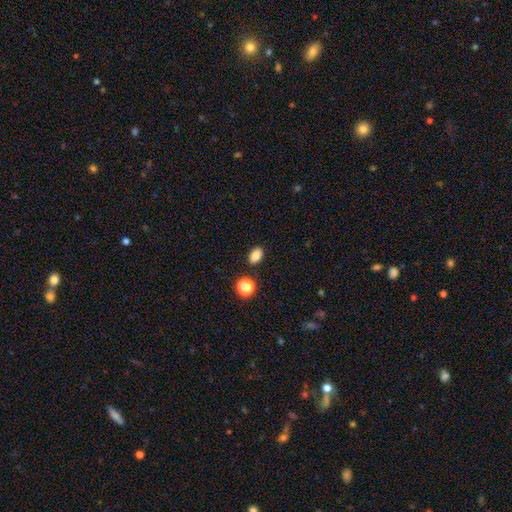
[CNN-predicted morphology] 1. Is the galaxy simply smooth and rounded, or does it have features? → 85% smooth, 11% star or artifact, 4% featured or disk.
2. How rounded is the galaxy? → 83% in between, 15% round, 2% cigar-shaped.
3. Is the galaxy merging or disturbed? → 86% none, 8% minor disturbance, 3% merger, 2% major disturbance.